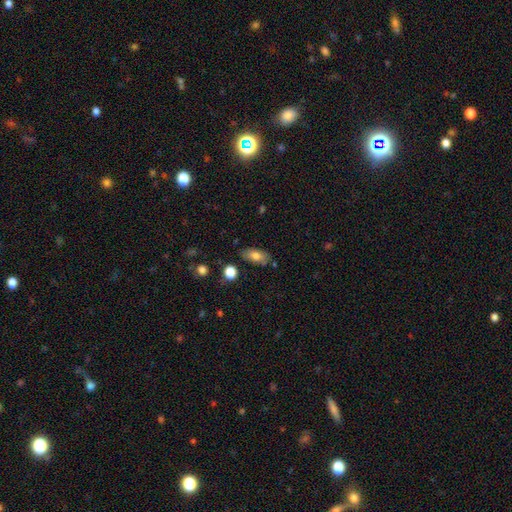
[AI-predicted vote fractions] Smooth or featured? smooth (77%)
How rounded? in between (86%)
Merging? none (79%)